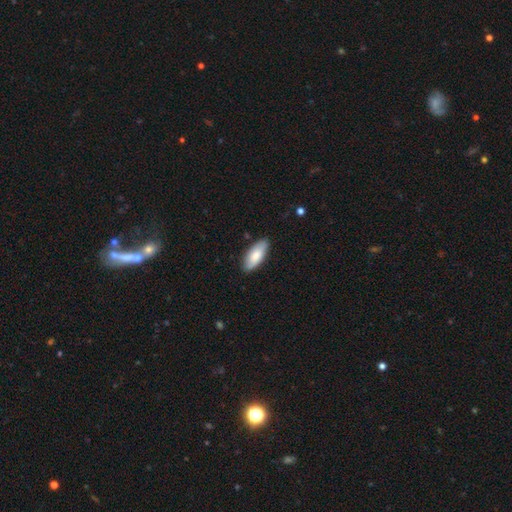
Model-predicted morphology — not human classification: type=smooth (79%); roundness=in between (84%); merging=none (86%).